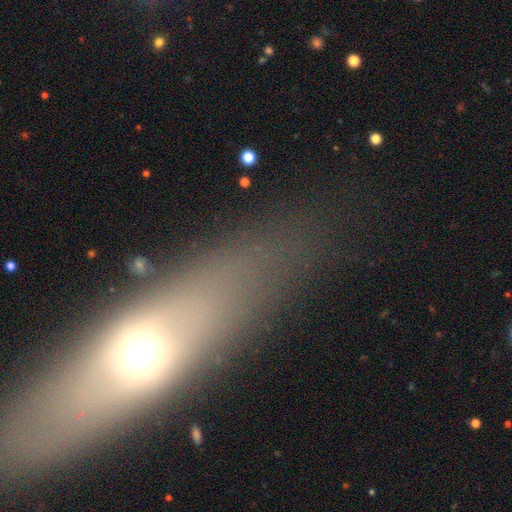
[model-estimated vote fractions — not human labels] Morphology: type=smooth (45%); merging=none (69%).